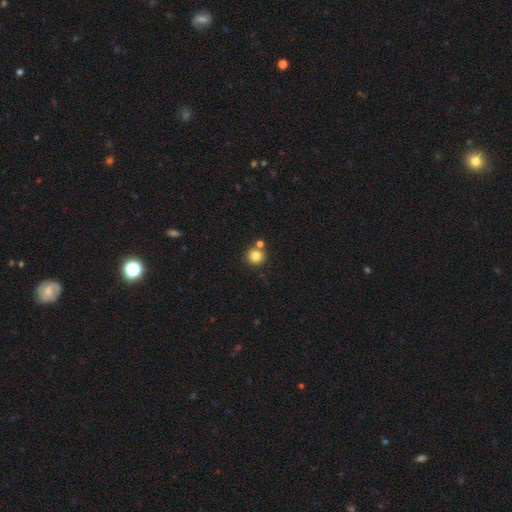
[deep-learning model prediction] Smooth or featured: smooth — 82% (star or artifact — 11%)
How rounded: round — 93% (in between — 6%)
Merging: none — 73% (merger — 17%)